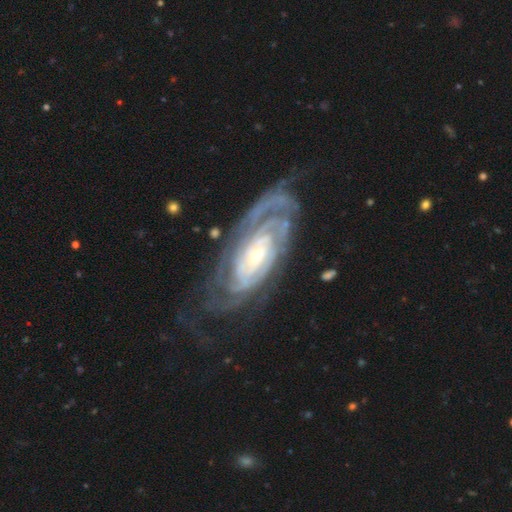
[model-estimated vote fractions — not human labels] This is clearly a featured or disk galaxy (89%). It is clearly not viewed edge-on (94%). Bar: likely no (63%). Spiral arm pattern: clearly yes (97%). Spiral arm count: marginally can't tell (34%). Spiral winding: likely tight (77%). Central bulge: likely small (65%). Merging: likely none (66%).